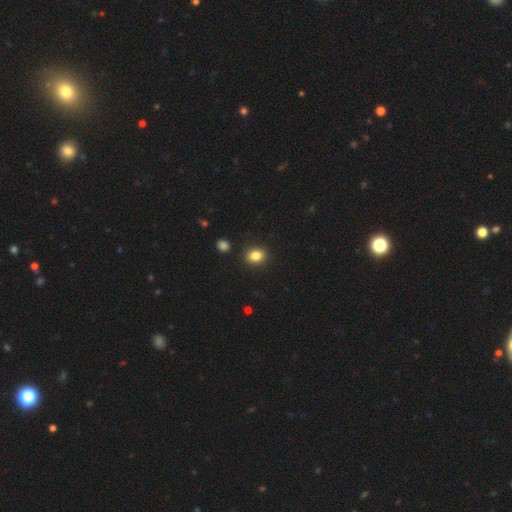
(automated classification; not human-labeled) Smooth or featured? Predicted: smooth (p=0.85). How rounded? Predicted: in between (p=0.55). Merging? Predicted: none (p=0.88).